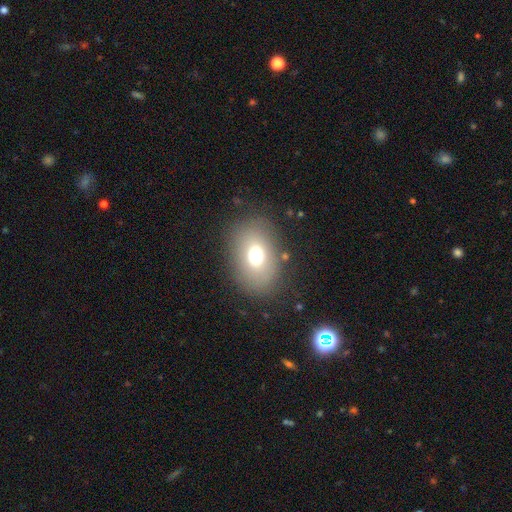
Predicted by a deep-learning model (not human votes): Overall: smooth (68%). How rounded: in between (72%). Merging: none (82%).